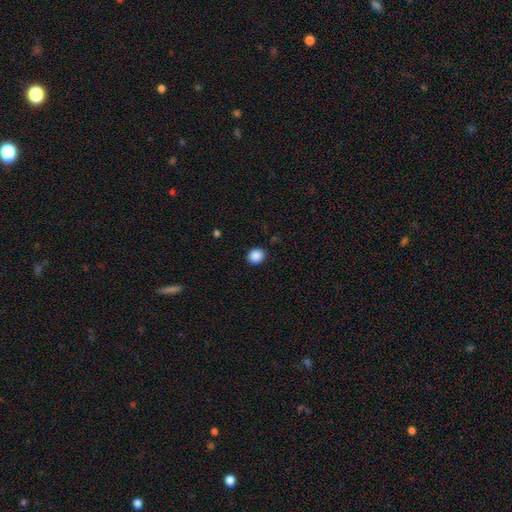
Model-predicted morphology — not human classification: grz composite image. It shows a smooth galaxy with no disk features (89%) that is round (78%). Merging: none (89%).